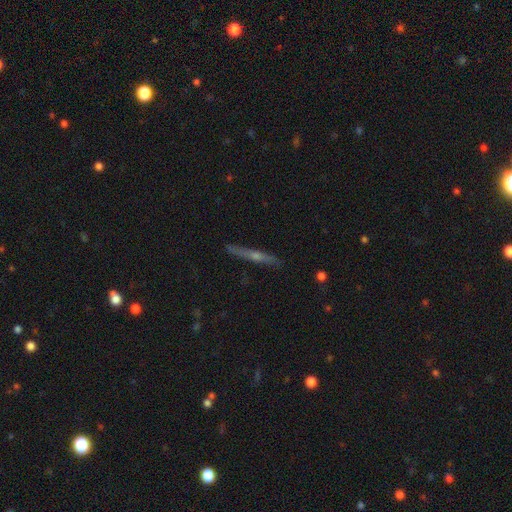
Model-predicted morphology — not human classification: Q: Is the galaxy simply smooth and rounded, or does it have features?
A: featured or disk — 61%.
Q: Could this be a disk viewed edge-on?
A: yes — 90%.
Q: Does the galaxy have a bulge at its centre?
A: rounded — 77%.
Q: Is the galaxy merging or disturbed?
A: none — 85%.